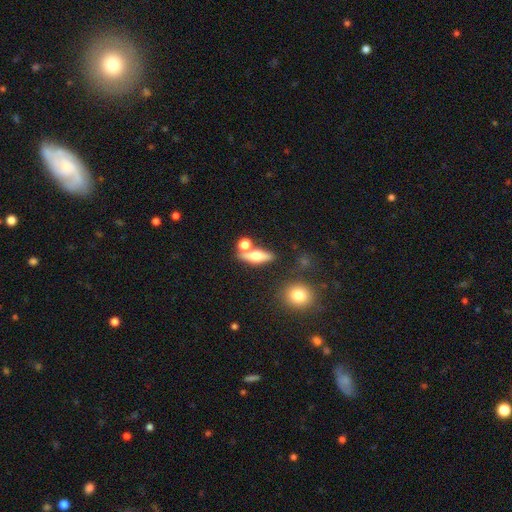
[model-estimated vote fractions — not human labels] Morphology: type=smooth (46%); merging=none (67%).